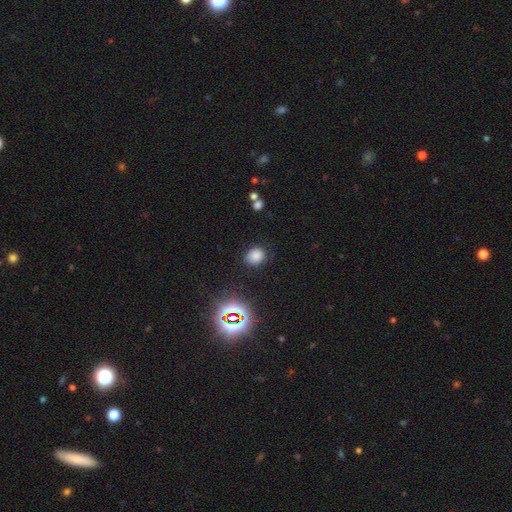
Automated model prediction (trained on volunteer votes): Smooth or featured?
  - smooth: 76% *
  - star or artifact: 18%
  - featured or disk: 6%
How rounded?
  - round: 65% *
  - in between: 34%
  - cigar-shaped: 1%
Merging?
  - none: 81% *
  - minor disturbance: 13%
  - major disturbance: 4%
  - merger: 2%